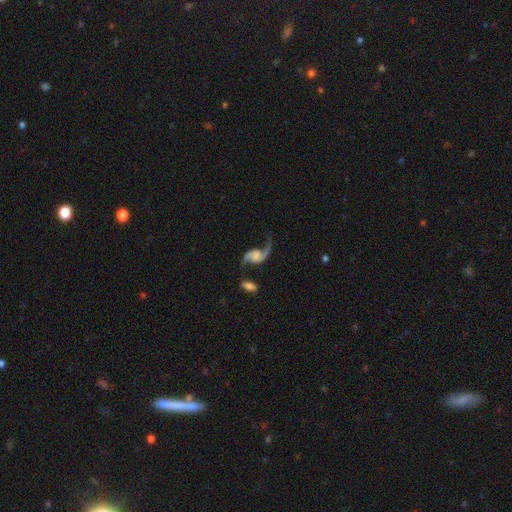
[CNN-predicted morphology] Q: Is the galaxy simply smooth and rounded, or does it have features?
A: featured or disk — 85%.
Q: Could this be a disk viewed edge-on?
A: no — 97%.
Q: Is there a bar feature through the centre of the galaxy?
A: no — 61%.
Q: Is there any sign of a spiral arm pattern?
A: yes — 96%.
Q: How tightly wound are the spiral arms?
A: loose — 85%.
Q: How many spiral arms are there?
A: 2 — 88%.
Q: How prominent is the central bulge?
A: none — 48%.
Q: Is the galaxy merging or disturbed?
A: none — 56%.